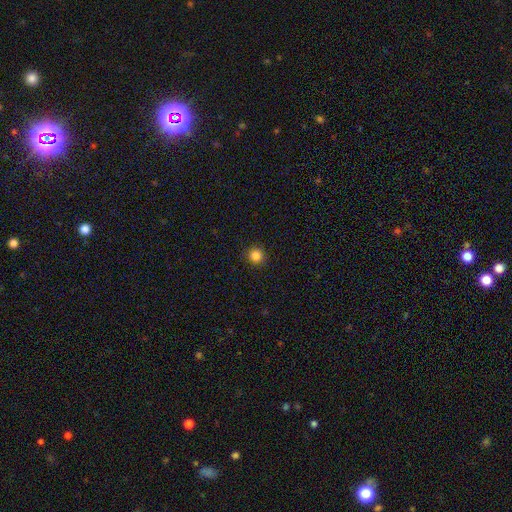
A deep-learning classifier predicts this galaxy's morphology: Overall: smooth (85%). How rounded: round (94%). Merging: none (91%).